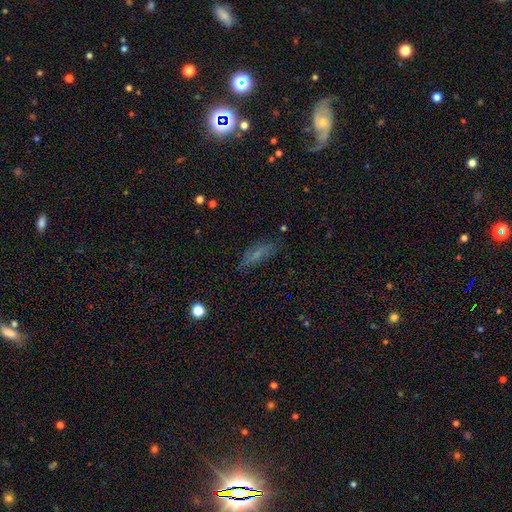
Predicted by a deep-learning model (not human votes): A smooth galaxy with no disk features (54%) that is cigar-shaped (51%).

Vote fractions:
- Smooth or featured? smooth: 54% / featured or disk: 28% / star or artifact: 18%
- How rounded? cigar-shaped: 51% / in between: 45% / round: 4%
- Merging? none: 73% / minor disturbance: 18% / major disturbance: 7% / merger: 2%